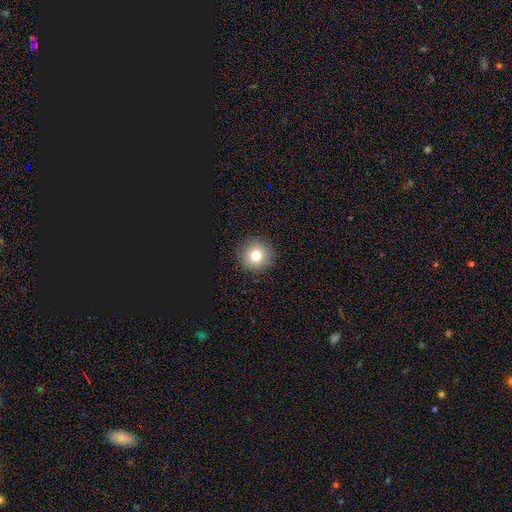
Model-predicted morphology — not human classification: This is likely a smooth galaxy (77%). How rounded: clearly round (94%). Merging: clearly none (92%).